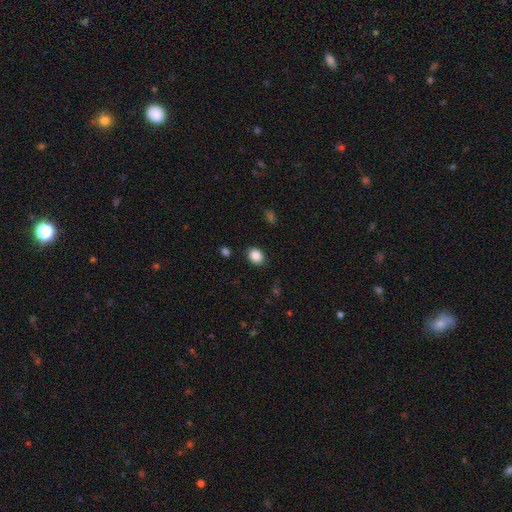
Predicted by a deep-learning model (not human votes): smooth-or-featured: smooth: 87% | star or artifact: 9% | featured or disk: 4%
  how-rounded: in between: 55% | round: 44% | cigar-shaped: 1%
  merging: none: 87% | minor disturbance: 9% | major disturbance: 3% | merger: 2%